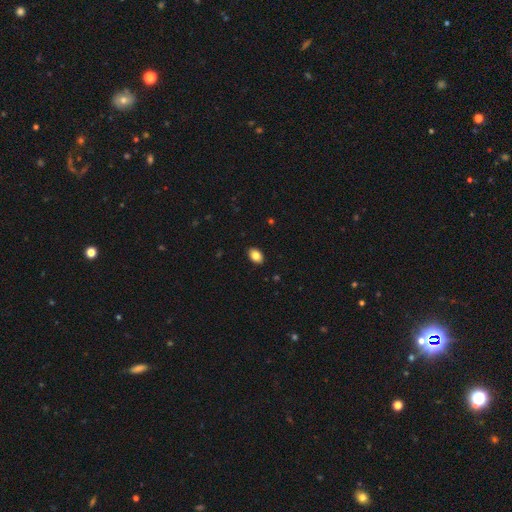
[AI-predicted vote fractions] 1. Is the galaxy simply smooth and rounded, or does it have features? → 84% smooth, 8% star or artifact, 8% featured or disk.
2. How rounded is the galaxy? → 81% in between, 18% round, 1% cigar-shaped.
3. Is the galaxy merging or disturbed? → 90% none, 8% minor disturbance, 2% major disturbance, 1% merger.